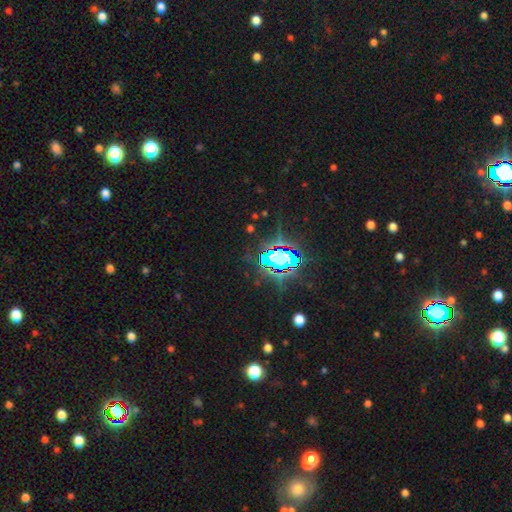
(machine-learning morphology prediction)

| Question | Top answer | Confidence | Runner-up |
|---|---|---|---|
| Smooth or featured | star or artifact | 82% | smooth (10%) |